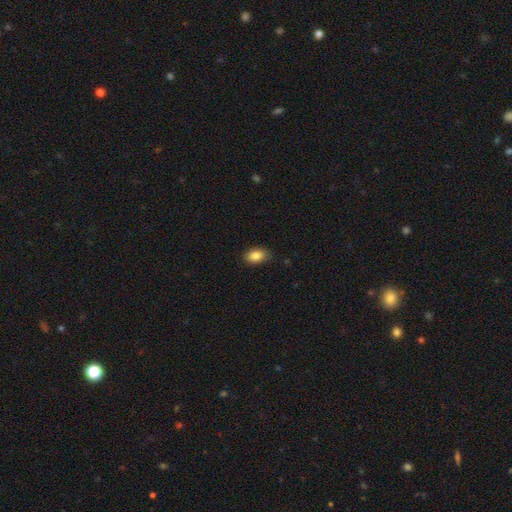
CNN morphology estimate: smooth_or_featured: smooth (p=0.86) [alt: star or artifact p=0.08]
how_rounded: in between (p=0.87) [alt: round p=0.12]
merging: none (p=0.83) [alt: minor disturbance p=0.14]